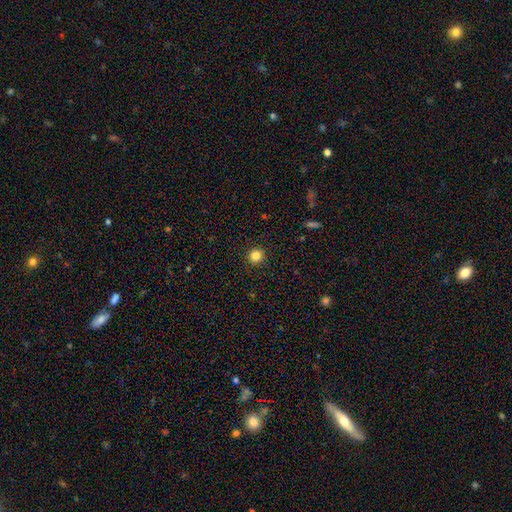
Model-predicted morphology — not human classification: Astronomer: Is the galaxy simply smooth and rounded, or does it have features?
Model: smooth — 84%.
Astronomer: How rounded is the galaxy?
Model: round — 92%.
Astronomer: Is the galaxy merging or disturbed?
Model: none — 92%.